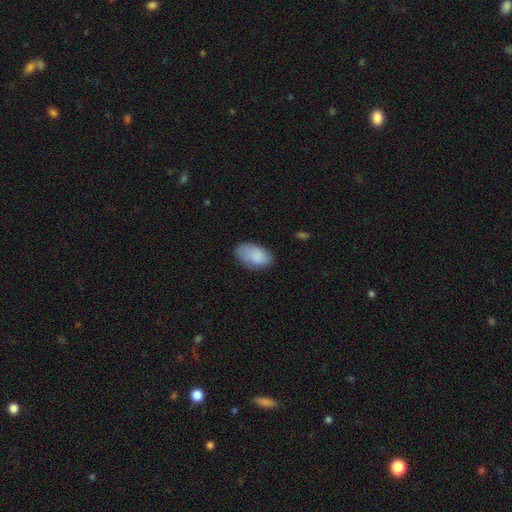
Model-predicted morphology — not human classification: smooth 85%, featured or disk 9%, star or artifact 6%. Down the decision tree: how rounded — in between (94%); merging — none (72%).